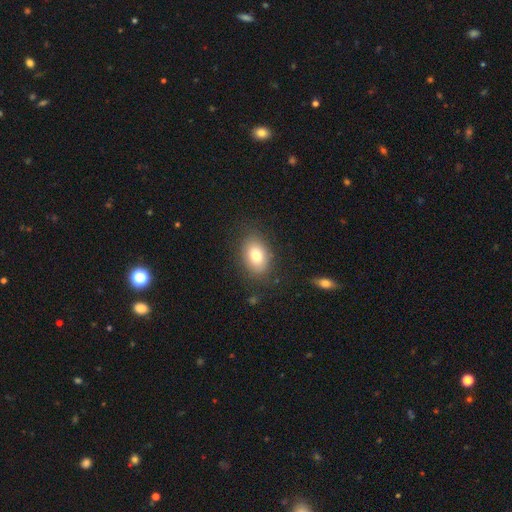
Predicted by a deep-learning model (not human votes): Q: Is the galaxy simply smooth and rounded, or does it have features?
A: smooth — 77%.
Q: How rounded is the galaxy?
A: in between — 79%.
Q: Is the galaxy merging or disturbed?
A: none — 82%.